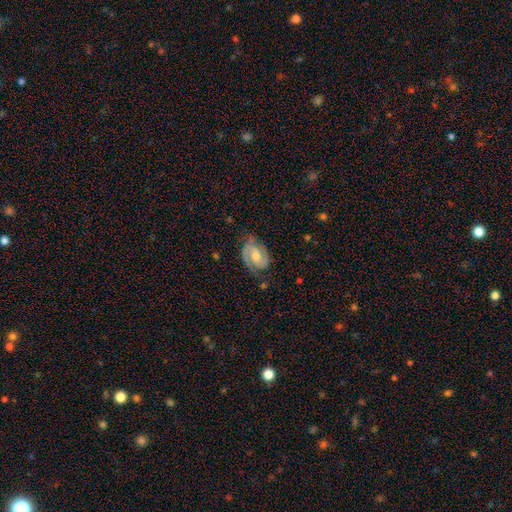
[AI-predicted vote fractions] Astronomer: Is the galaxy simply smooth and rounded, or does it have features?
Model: featured or disk — 82%.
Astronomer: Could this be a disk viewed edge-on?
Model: no — 97%.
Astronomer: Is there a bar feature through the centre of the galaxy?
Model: weak — 45% (runner-up: no, 39%).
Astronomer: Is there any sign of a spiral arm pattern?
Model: yes — 94%.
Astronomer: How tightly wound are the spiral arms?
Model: tight — 47% (runner-up: medium, 42%).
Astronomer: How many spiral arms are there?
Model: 2 — 86%.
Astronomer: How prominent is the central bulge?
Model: moderate — 65%.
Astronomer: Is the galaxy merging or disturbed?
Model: none — 72%.